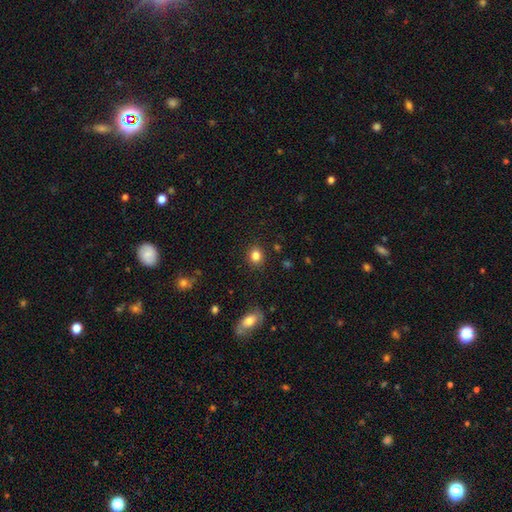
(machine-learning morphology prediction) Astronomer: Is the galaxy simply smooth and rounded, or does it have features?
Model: smooth — 83%.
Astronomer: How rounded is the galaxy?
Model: round — 78%.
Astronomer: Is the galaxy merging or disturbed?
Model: none — 90%.